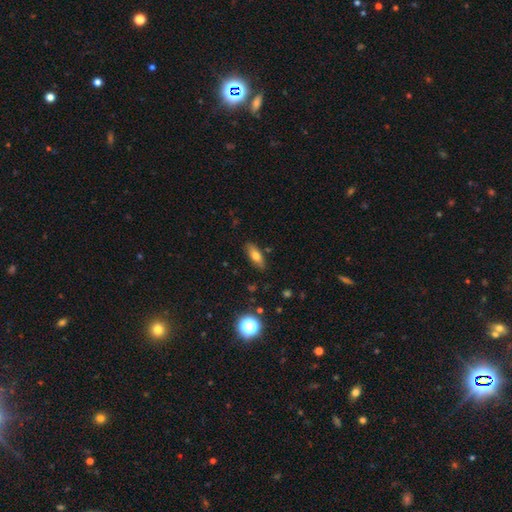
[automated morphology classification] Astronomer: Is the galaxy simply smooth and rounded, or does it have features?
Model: smooth — 69%.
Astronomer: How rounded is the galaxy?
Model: in between — 68%.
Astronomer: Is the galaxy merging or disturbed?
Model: none — 83%.